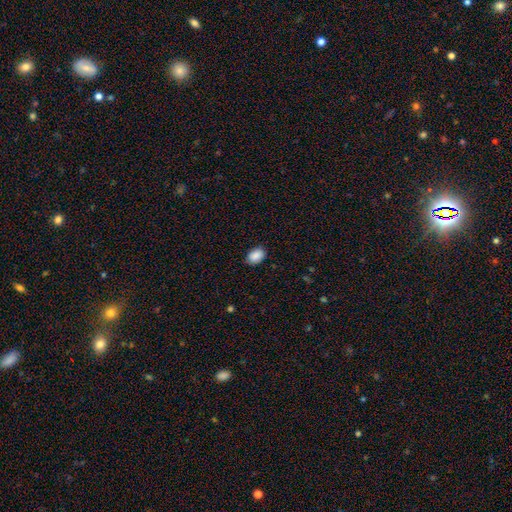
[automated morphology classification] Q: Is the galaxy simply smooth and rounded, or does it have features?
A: smooth — 89%.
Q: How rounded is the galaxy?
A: in between — 82%.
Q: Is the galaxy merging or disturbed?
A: none — 85%.